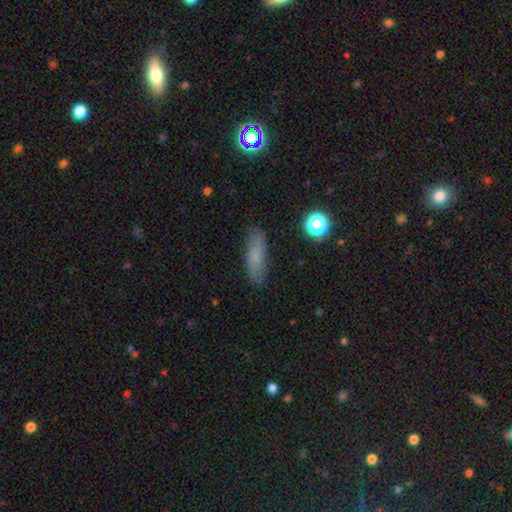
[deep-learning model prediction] This is likely a smooth galaxy (71%). How rounded: possibly cigar-shaped (50%). Merging: clearly none (83%).